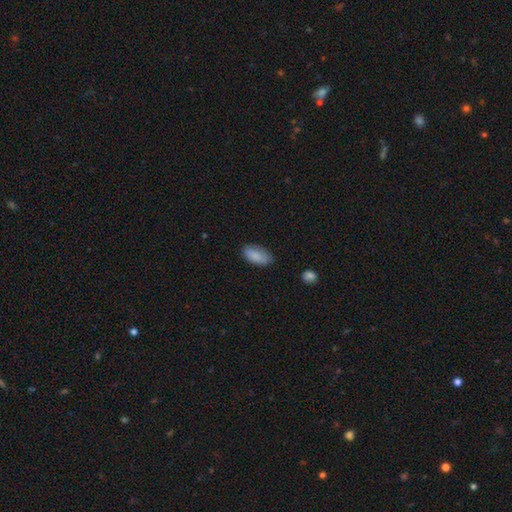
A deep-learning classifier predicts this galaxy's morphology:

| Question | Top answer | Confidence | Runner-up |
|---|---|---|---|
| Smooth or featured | smooth | 87% | star or artifact (7%) |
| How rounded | in between | 91% | cigar-shaped (6%) |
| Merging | none | 73% | minor disturbance (22%) |